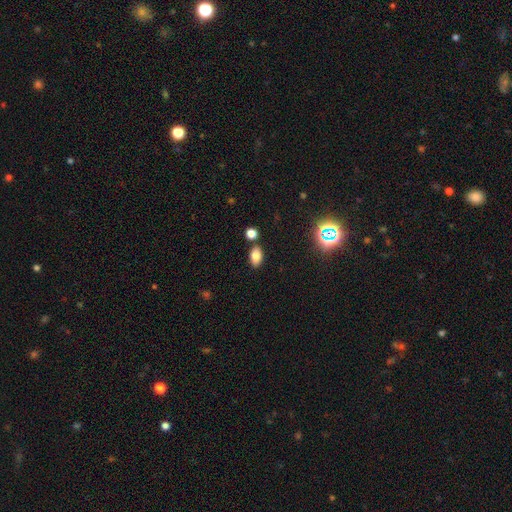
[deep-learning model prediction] Smooth or featured? Predicted: smooth (p=0.80). How rounded? Predicted: in between (p=0.90). Merging? Predicted: none (p=0.79).